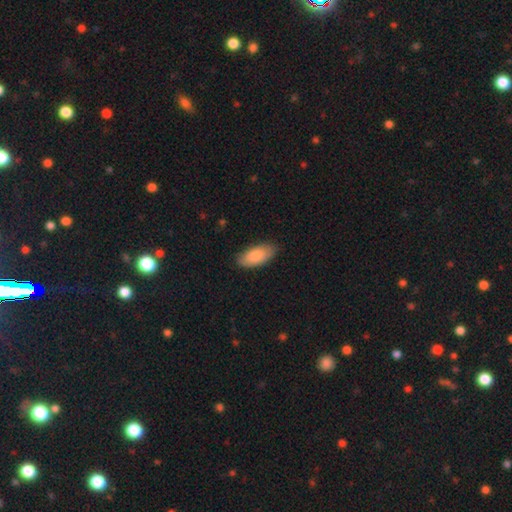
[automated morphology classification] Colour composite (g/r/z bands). It shows a smooth galaxy with no disk features (86%) that is in between round and cigar-shaped (89%). Merging: none (82%).